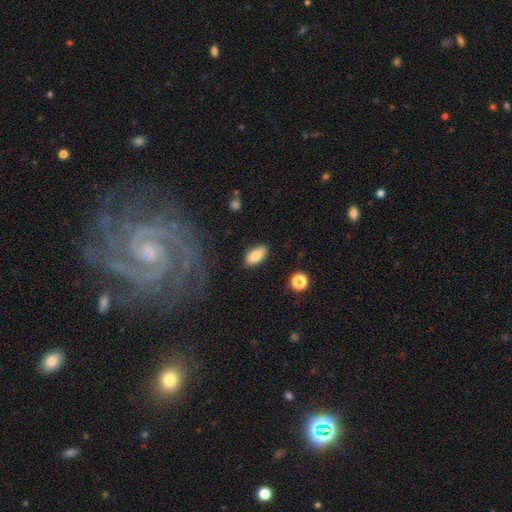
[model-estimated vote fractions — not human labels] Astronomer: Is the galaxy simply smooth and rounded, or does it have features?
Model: smooth — 80%.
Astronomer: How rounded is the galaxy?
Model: in between — 90%.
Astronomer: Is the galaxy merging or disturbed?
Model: none — 86%.